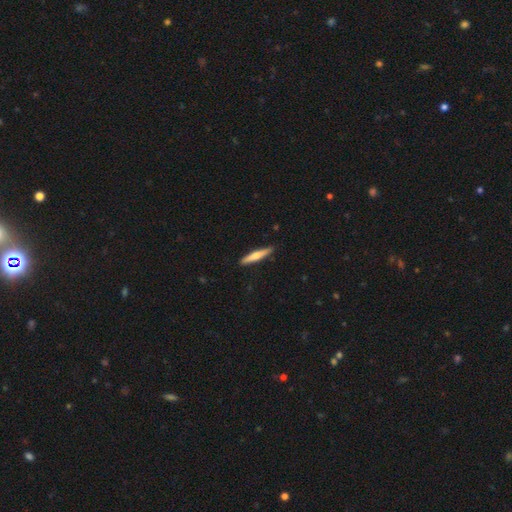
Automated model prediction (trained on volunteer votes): smooth-or-featured: smooth: 55% | featured or disk: 40% | star or artifact: 5%
  how-rounded: cigar-shaped: 91% | in between: 8% | round: 1%
  merging: none: 89% | minor disturbance: 8% | major disturbance: 1% | merger: 1%